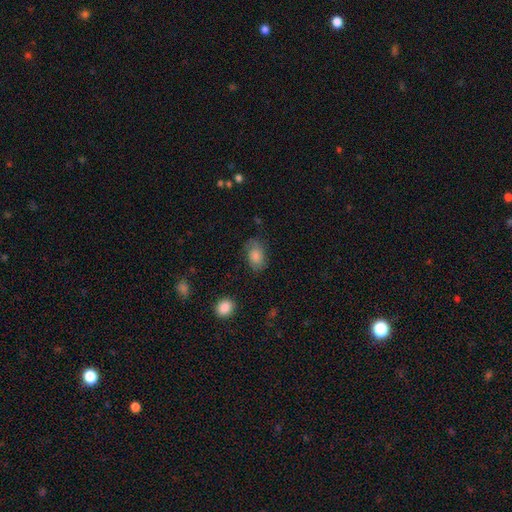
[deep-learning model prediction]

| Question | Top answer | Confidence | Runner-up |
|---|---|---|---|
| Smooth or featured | smooth | 77% | featured or disk (14%) |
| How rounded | in between | 83% | round (16%) |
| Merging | none | 68% | minor disturbance (22%) |